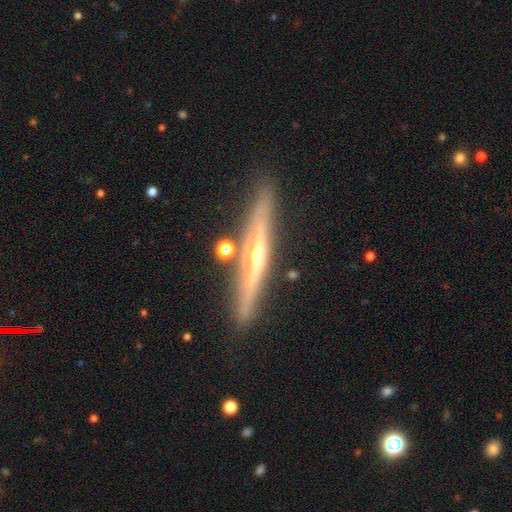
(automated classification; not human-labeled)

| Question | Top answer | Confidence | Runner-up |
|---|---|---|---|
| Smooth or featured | featured or disk | 79% | smooth (15%) |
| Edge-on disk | yes | 96% | no (4%) |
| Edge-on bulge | rounded | 73% | none (23%) |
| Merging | none | 85% | minor disturbance (9%) |